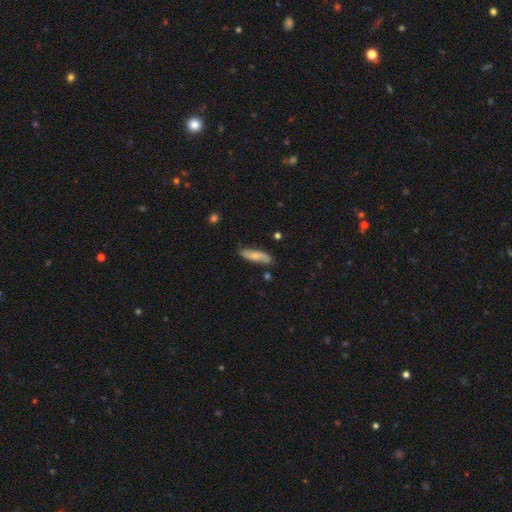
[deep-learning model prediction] Morphology: type=smooth (60%); roundness=cigar-shaped (57%); merging=none (77%).